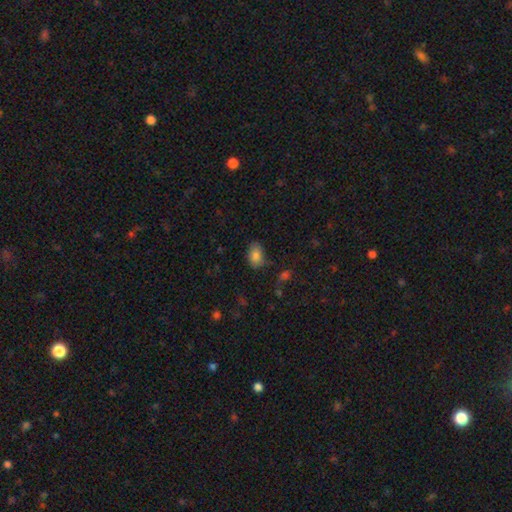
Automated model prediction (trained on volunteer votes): Smooth or featured? smooth (84%)
How rounded? in between (83%)
Merging? none (68%)